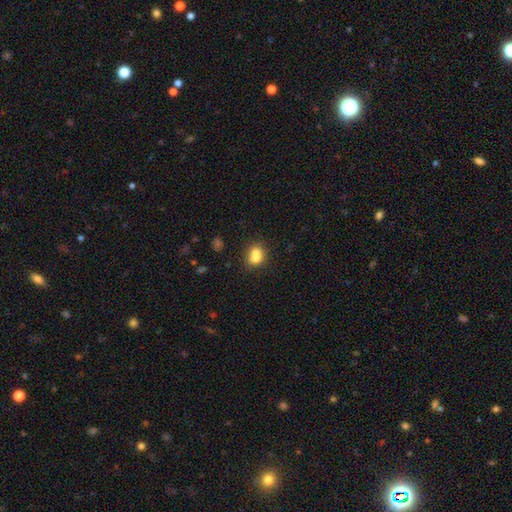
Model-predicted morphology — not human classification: A smooth galaxy with no disk features (73%) that is round (53%). Merging: merger (52%).